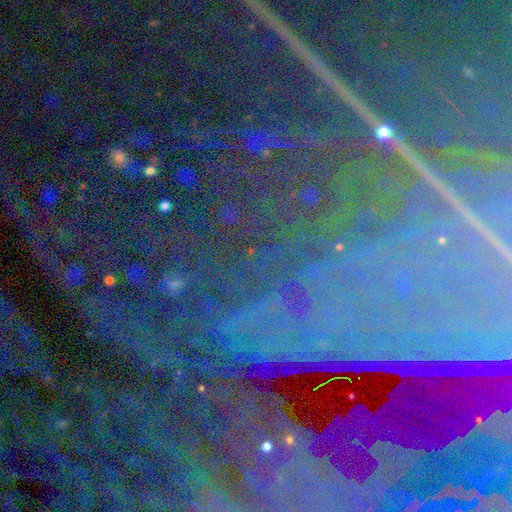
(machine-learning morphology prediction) star or artifact 88%, featured or disk 6%, smooth 5%.